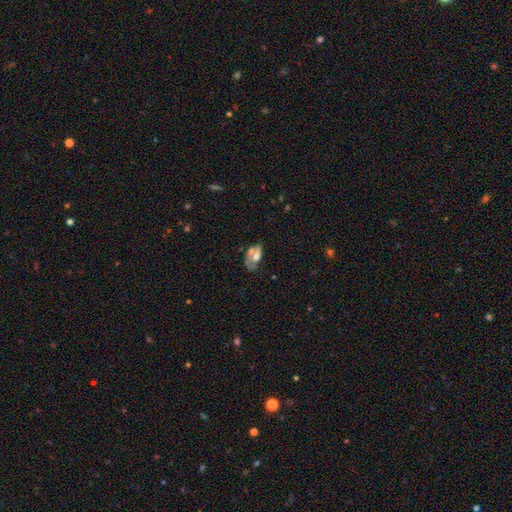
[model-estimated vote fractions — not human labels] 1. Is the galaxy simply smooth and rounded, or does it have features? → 45% featured or disk, 44% smooth, 11% star or artifact.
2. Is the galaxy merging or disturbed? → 35% none, 22% minor disturbance, 21% merger, 21% major disturbance.